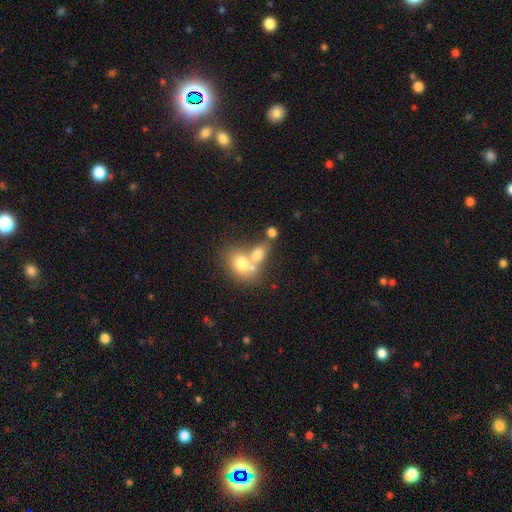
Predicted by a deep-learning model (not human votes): The model was most divided on "how rounded": in between: 51%, round: 48%, cigar-shaped: 1%. More confident: smooth or featured — smooth (66%); merging — merger (61%).